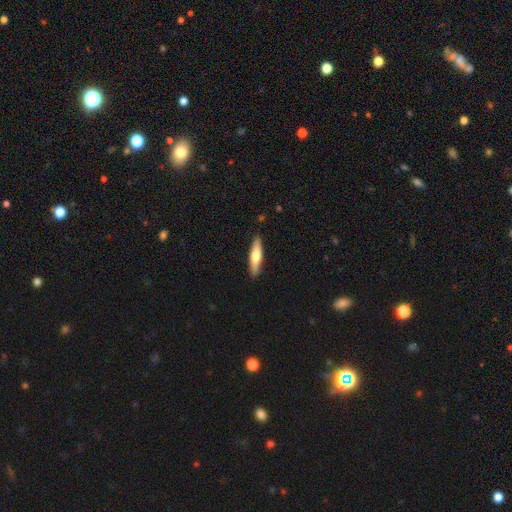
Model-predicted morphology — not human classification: Overall: smooth (63%; featured or disk 32%). How rounded: cigar-shaped (74%). Merging: none (89%).